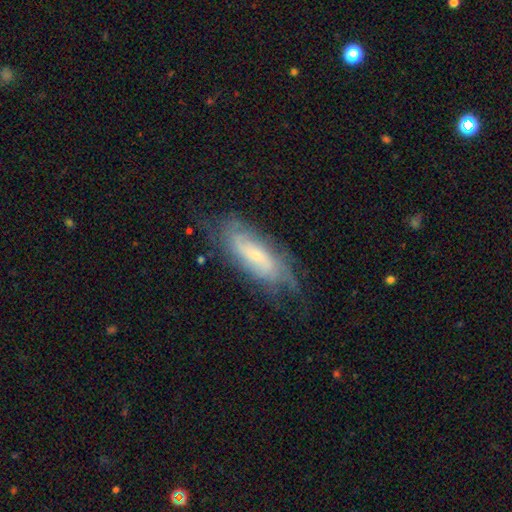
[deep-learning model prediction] Morphology: type=featured or disk (66%); edge-on=no (81%); bar=no (58%); spiral arms=yes (86%); bulge=small (62%); merging=none (65%).